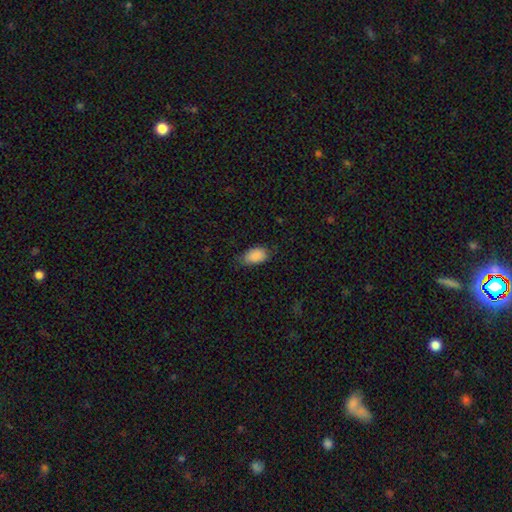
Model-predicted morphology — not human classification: smooth 88%, star or artifact 7%, featured or disk 4%. Down the decision tree: how rounded — in between (93%); merging — none (67%).